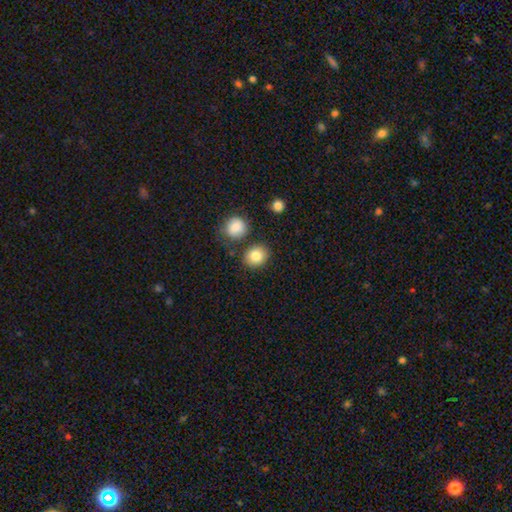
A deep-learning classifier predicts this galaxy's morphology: This is clearly a smooth galaxy (84%). How rounded: likely round (64%). Merging: likely none (79%).